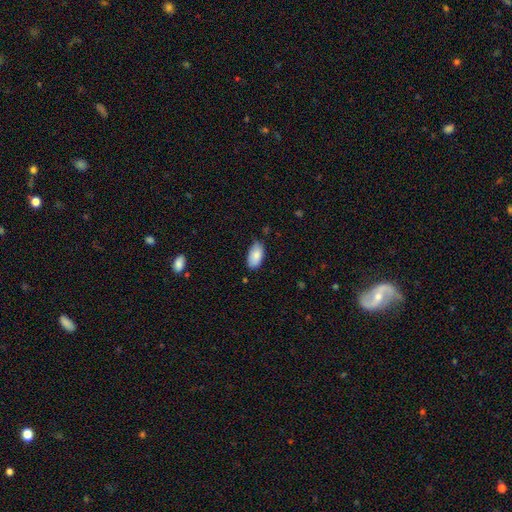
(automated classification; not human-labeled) This is clearly a smooth galaxy (86%). How rounded: clearly in between (95%). Merging: likely none (69%).